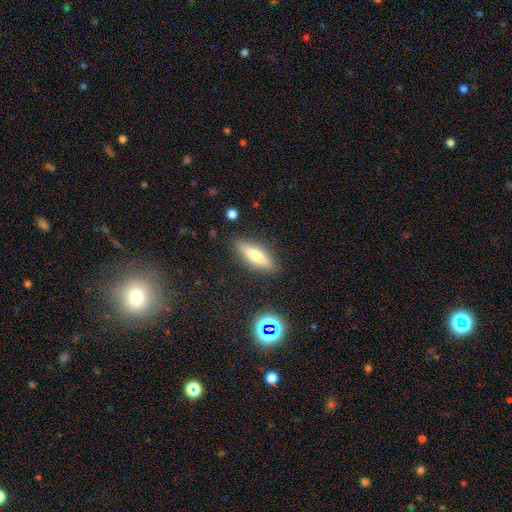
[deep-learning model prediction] Morphology: type=smooth (62%); roundness=cigar-shaped (56%); merging=none (86%).